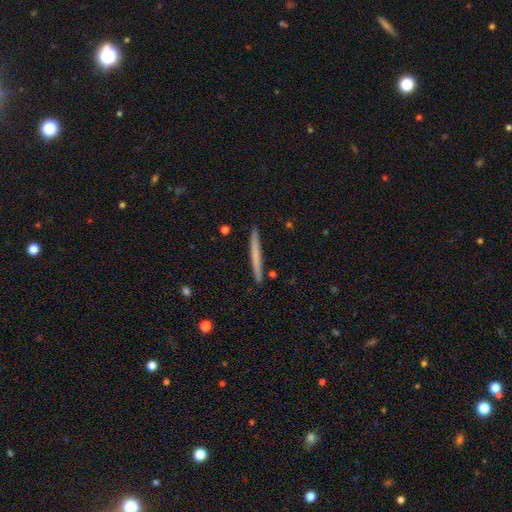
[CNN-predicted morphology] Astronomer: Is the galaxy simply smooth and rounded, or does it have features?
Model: smooth — 62%.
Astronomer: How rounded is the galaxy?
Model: cigar-shaped — 97%.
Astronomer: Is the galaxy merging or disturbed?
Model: none — 91%.